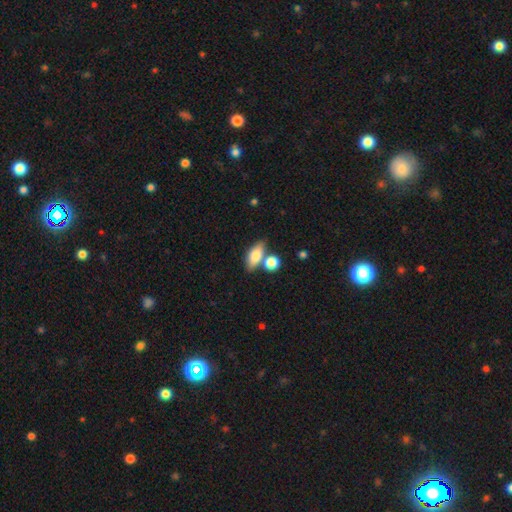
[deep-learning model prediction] Morphology: type=smooth (75%); roundness=in between (79%); merging=none (58%).